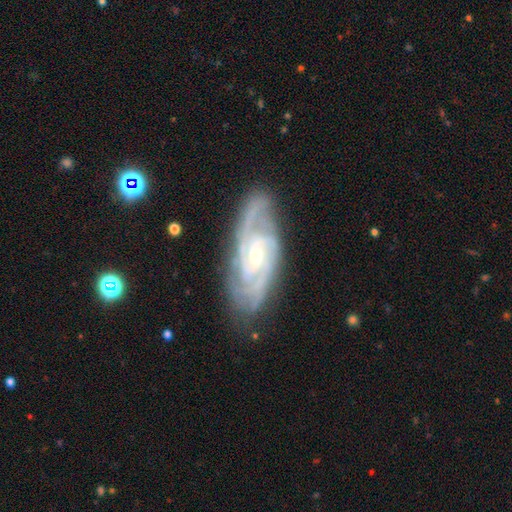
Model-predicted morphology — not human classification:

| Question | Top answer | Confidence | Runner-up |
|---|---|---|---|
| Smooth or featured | featured or disk | 90% | star or artifact (5%) |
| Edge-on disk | no | 94% | yes (6%) |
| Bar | no | 43% | weak (42%) |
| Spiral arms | yes | 98% | no (2%) |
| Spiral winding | tight | 64% | medium (32%) |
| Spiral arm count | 3 | 31% | 2 (26%) |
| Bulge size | small | 66% | moderate (31%) |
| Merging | none | 79% | minor disturbance (16%) |